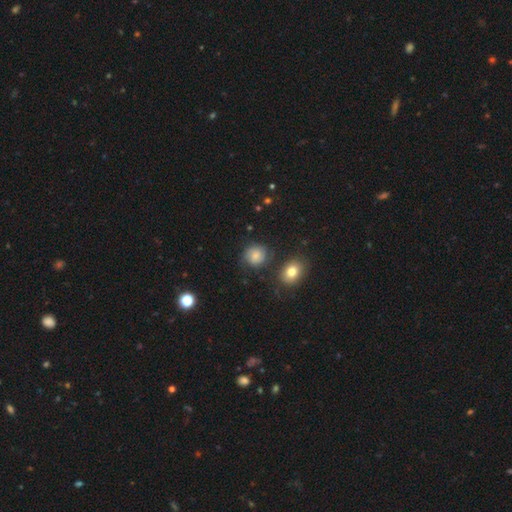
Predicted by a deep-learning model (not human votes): Smooth or featured? Predicted: smooth (p=0.58). How rounded? Predicted: round (p=0.78). Merging? Predicted: none (p=0.73).